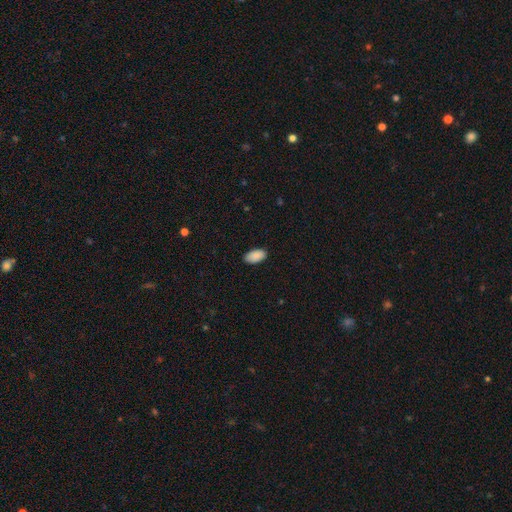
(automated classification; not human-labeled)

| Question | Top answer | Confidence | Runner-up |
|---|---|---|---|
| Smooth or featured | smooth | 90% | star or artifact (6%) |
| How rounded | in between | 95% | round (2%) |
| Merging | none | 87% | minor disturbance (10%) |